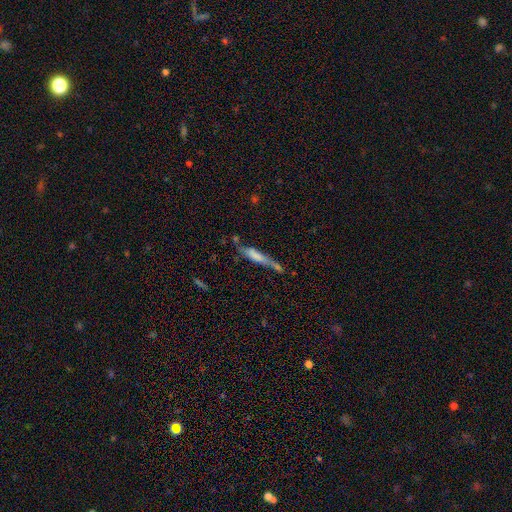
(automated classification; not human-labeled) A smooth galaxy with no disk features (55%) that is cigar-shaped (84%). Merging: none (42%).